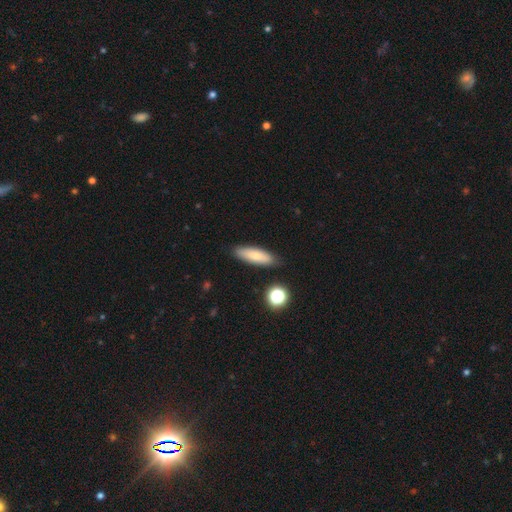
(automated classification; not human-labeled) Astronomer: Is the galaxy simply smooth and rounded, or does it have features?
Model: smooth — 76%.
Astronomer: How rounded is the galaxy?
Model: cigar-shaped — 52% (runner-up: in between, 45%).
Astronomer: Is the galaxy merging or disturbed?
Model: none — 84%.